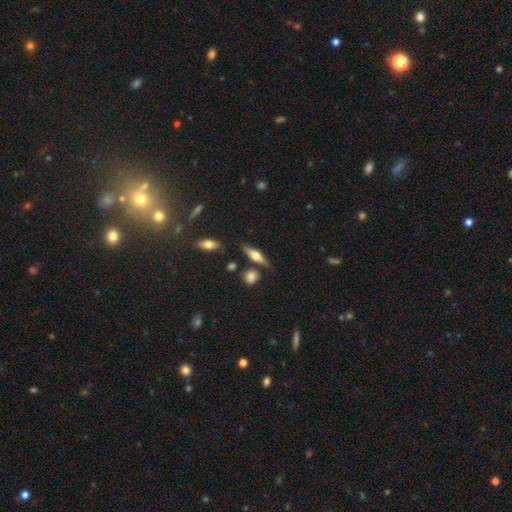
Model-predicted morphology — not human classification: smooth_or_featured: featured or disk (p=0.58) [alt: smooth p=0.35]
disk_edge_on: yes (p=0.93) [alt: no p=0.07]
edge_on_bulge: rounded (p=0.92) [alt: boxy p=0.06]
merging: none (p=0.76) [alt: minor disturbance p=0.13]